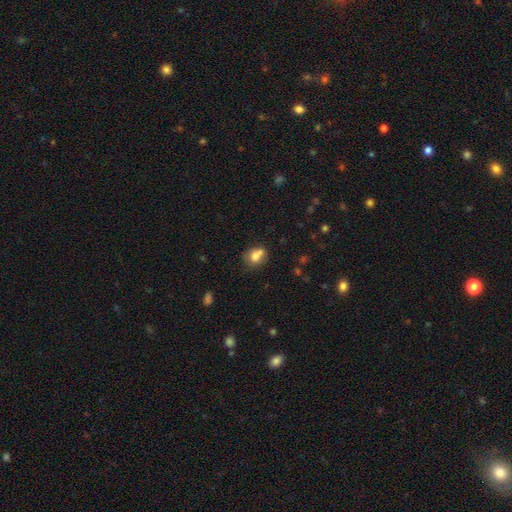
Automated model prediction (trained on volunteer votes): This is likely a smooth galaxy (73%). How rounded: likely round (61%). Merging: marginally none (43%).